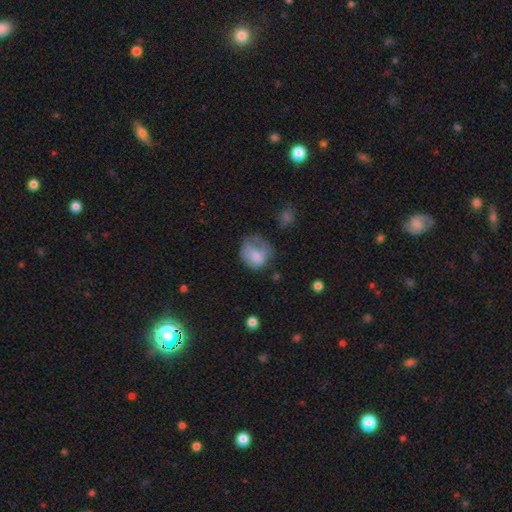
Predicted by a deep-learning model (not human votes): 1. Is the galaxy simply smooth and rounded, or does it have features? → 73% smooth, 18% featured or disk, 9% star or artifact.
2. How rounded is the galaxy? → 62% round, 37% in between, 1% cigar-shaped.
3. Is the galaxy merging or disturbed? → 38% none, 31% minor disturbance, 28% major disturbance, 3% merger.